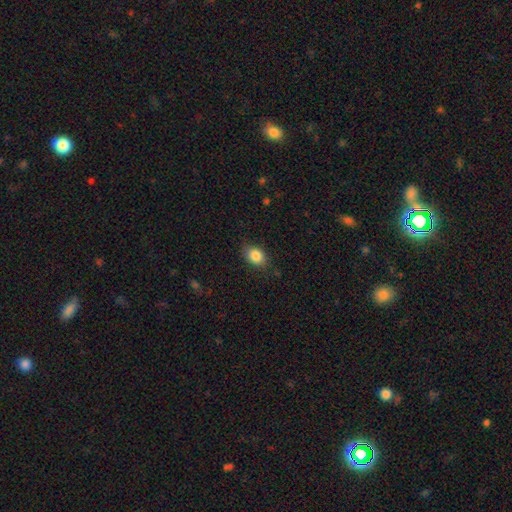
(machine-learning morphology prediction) smooth 86%, star or artifact 9%, featured or disk 5%. Down the decision tree: how rounded — in between (69%); merging — none (81%).